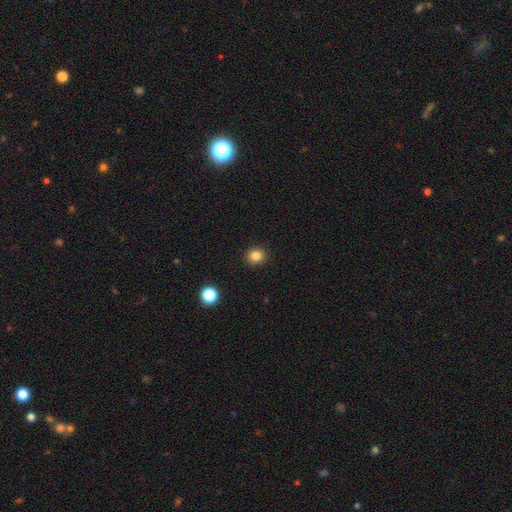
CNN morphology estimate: A smooth galaxy with no disk features (84%) that is round (77%). Merging: none (91%).